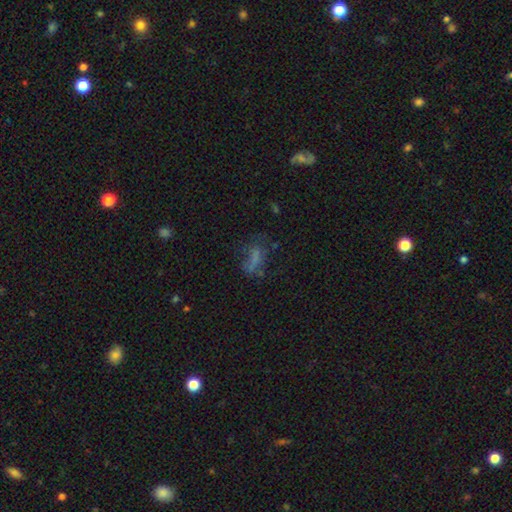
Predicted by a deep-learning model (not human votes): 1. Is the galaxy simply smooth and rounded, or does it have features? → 50% smooth, 26% star or artifact, 25% featured or disk.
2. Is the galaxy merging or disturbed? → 45% none, 27% major disturbance, 22% minor disturbance, 6% merger.